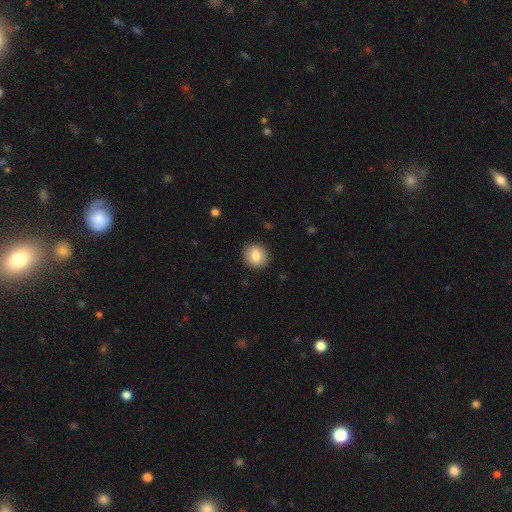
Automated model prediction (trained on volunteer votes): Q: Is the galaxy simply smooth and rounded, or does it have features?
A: smooth — 83%.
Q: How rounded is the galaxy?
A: round — 85%.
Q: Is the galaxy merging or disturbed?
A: none — 90%.